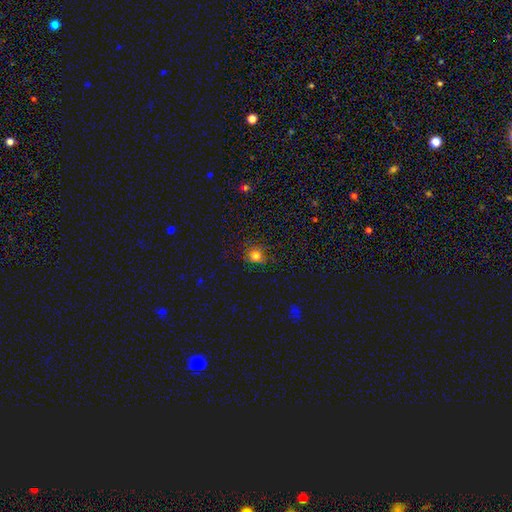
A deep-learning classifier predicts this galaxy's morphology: Smooth or featured? smooth (78%)
How rounded? round (86%)
Merging? none (82%)